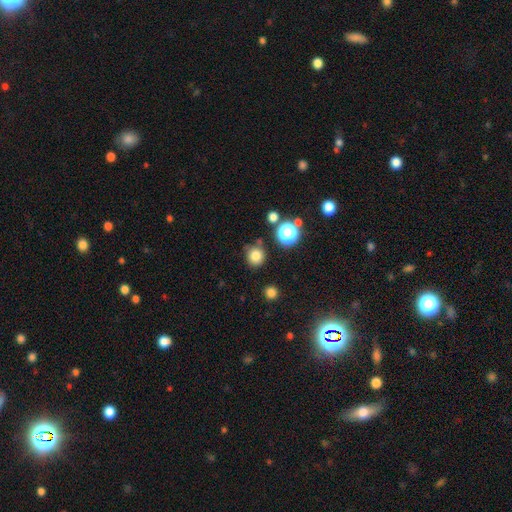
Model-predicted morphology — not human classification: smooth_or_featured: smooth (p=0.79) [alt: star or artifact p=0.15]
how_rounded: round (p=0.90) [alt: in between p=0.09]
merging: none (p=0.81) [alt: minor disturbance p=0.11]